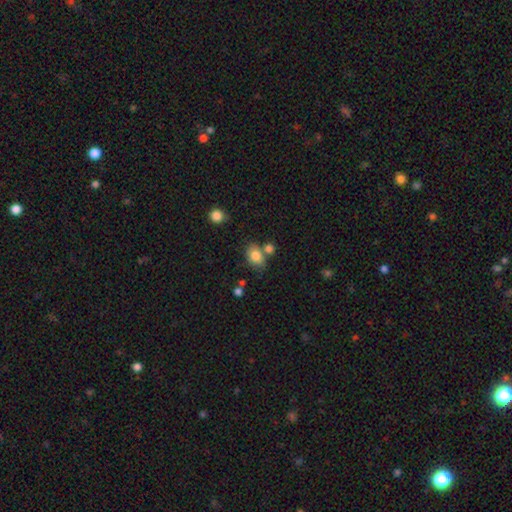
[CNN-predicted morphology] This is clearly a smooth galaxy (81%). How rounded: likely in between (71%). Merging: likely none (60%).